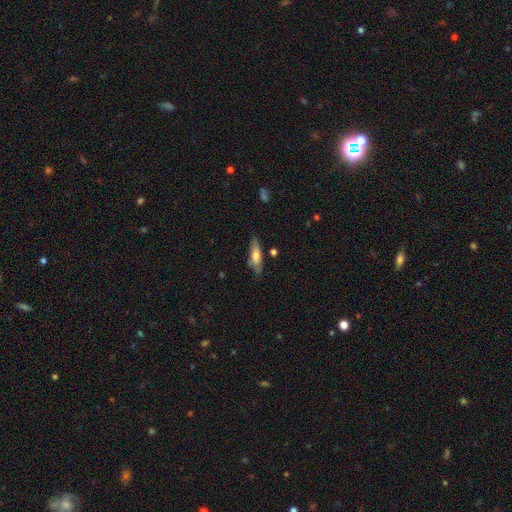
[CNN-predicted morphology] Q: Smooth or featured?
A: smooth (62%); runner-up: featured or disk (30%)
Q: How rounded?
A: cigar-shaped (52%); runner-up: in between (46%)
Q: Merging?
A: none (64%); runner-up: minor disturbance (25%)